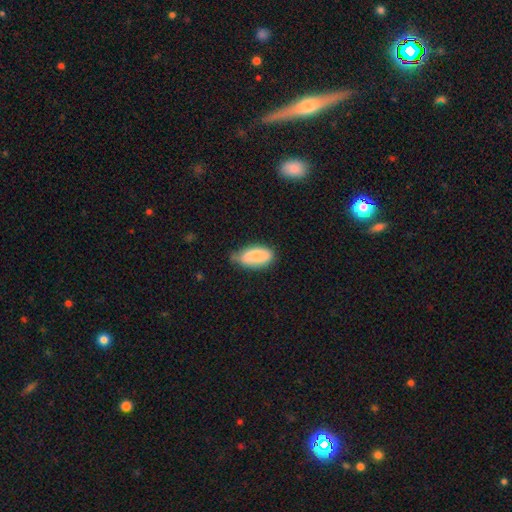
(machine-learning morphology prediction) This appears to be a smooth galaxy with no disk features (82%) that is in between round and cigar-shaped (88%). Merging: none (48%).